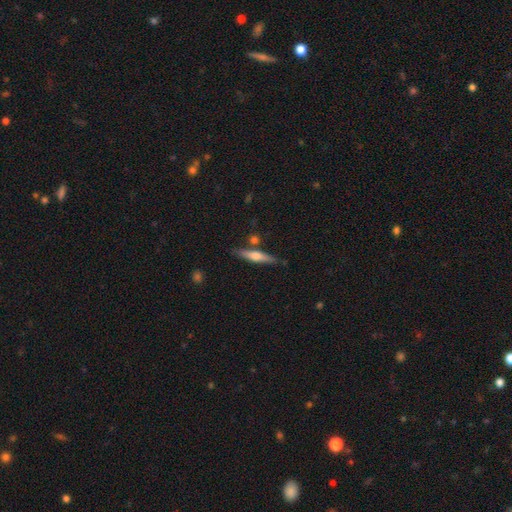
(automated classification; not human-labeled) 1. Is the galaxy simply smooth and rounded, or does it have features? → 49% featured or disk, 45% smooth, 6% star or artifact.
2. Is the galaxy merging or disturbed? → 80% none, 11% minor disturbance, 6% merger, 2% major disturbance.